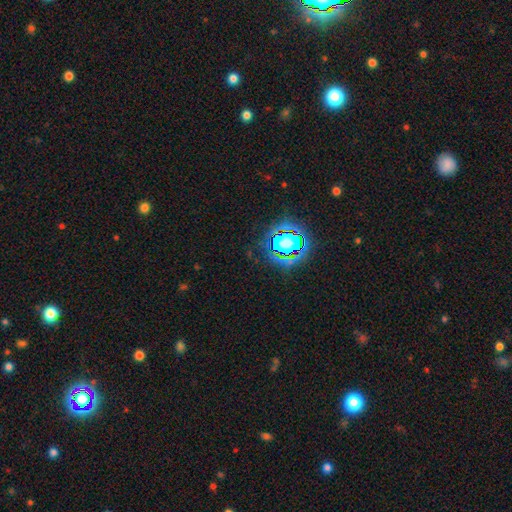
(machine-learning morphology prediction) The model was most divided on "smooth or featured": star or artifact: 80%, smooth: 13%, featured or disk: 8%.